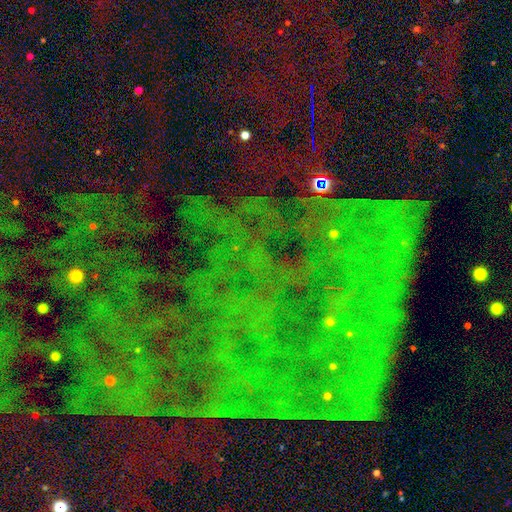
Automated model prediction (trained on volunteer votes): Smooth or featured: star or artifact — 83% (featured or disk — 9%)